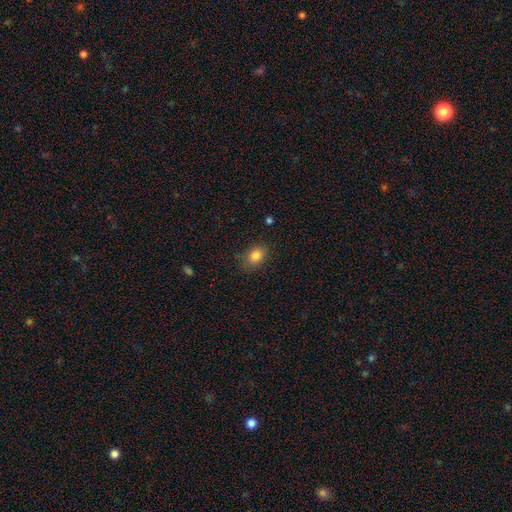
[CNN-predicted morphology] smooth-or-featured: smooth: 83% | star or artifact: 11% | featured or disk: 6%
  how-rounded: in between: 54% | round: 45% | cigar-shaped: 1%
  merging: none: 81% | minor disturbance: 14% | major disturbance: 3% | merger: 1%